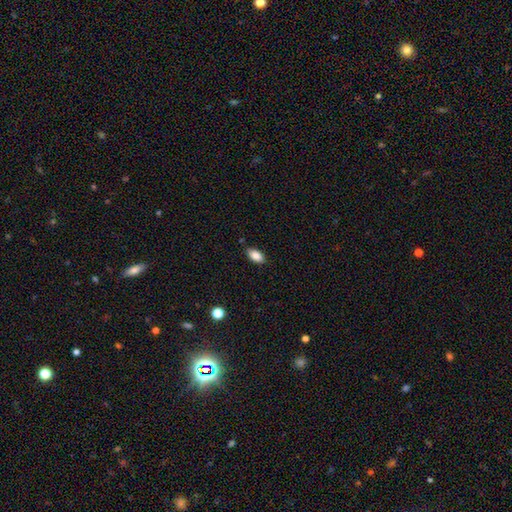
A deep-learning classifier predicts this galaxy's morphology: type=smooth (85%); roundness=in between (92%); merging=none (85%).